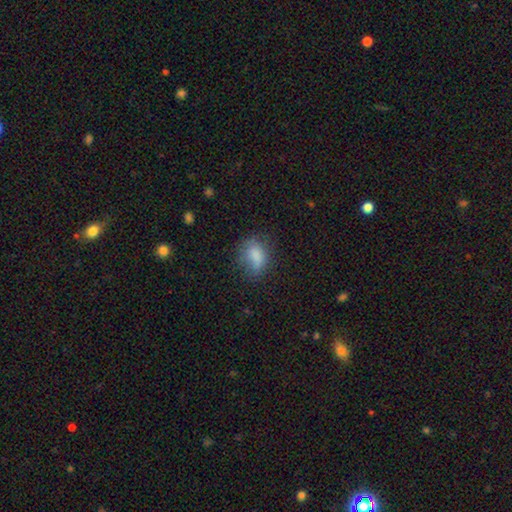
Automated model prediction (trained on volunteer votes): Smooth or featured: smooth — 79% (featured or disk — 11%)
How rounded: in between — 73% (round — 25%)
Merging: none — 56% (minor disturbance — 28%)